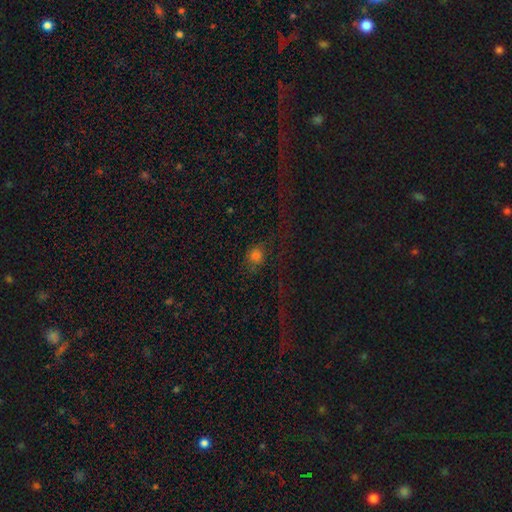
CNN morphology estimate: Smooth or featured: smooth — 55% (star or artifact — 28%)
How rounded: round — 77% (in between — 20%)
Merging: none — 55% (major disturbance — 26%)